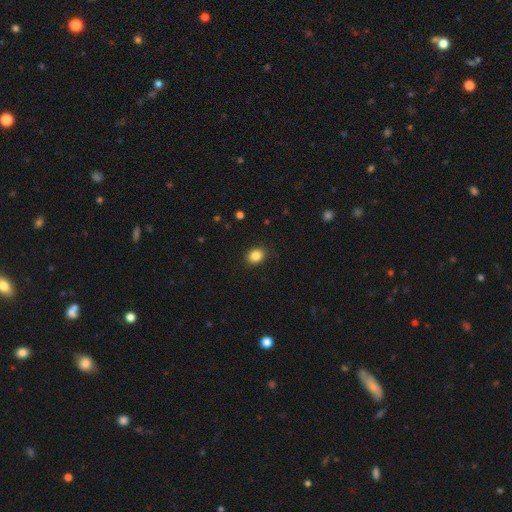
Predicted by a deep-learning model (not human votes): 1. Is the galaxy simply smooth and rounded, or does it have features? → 85% smooth, 10% star or artifact, 5% featured or disk.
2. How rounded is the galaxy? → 50% round (tied), 50% in between (tied), 1% cigar-shaped.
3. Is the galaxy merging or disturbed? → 87% none, 10% minor disturbance, 2% major disturbance, 1% merger.